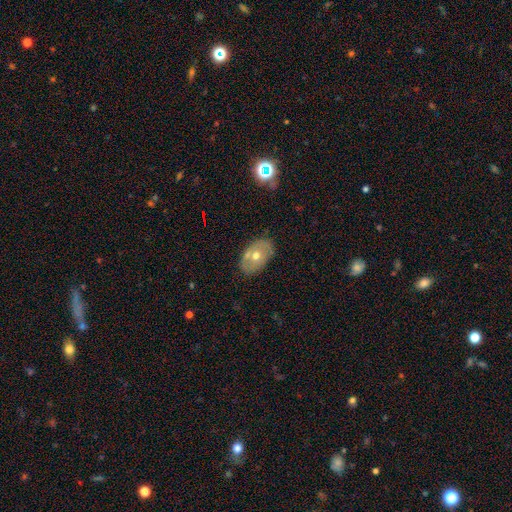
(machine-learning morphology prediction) A smooth galaxy with no disk features (49%). Merging: none (75%).